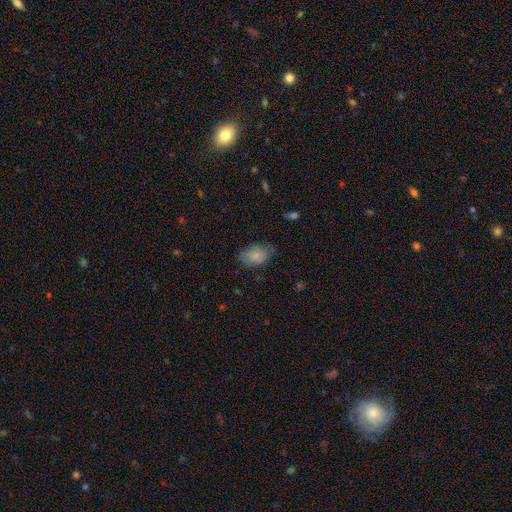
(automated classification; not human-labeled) A smooth galaxy with no disk features (84%) that is in between round and cigar-shaped (81%). Merging: none (70%).